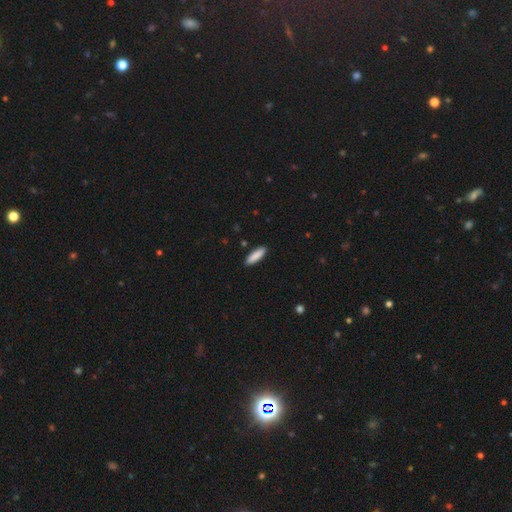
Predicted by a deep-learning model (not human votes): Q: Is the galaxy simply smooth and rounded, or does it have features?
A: smooth — 88%.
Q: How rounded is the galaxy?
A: cigar-shaped — 60%.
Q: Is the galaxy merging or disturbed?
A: none — 90%.